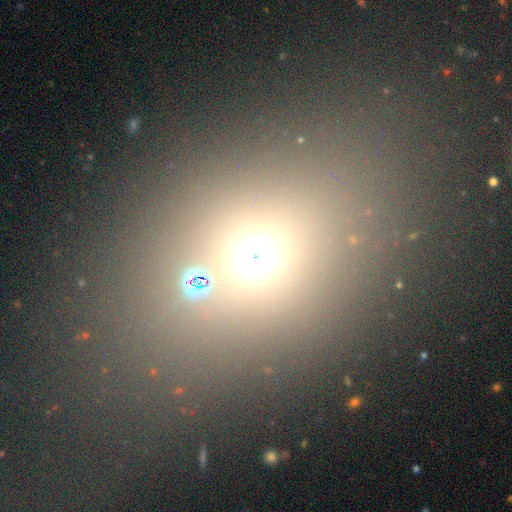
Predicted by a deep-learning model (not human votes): smooth-or-featured: smooth: 59% | star or artifact: 29% | featured or disk: 12%
  how-rounded: in between: 56% | round: 41% | cigar-shaped: 3%
  merging: none: 76% | minor disturbance: 10% | merger: 7% | major disturbance: 6%